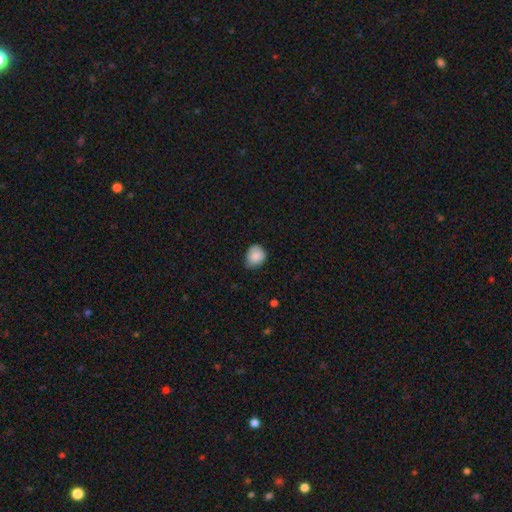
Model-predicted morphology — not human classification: The model was most divided on "how rounded": round: 64%, in between: 35%, cigar-shaped: 1%. More confident: smooth or featured — smooth (87%); merging — none (64%).